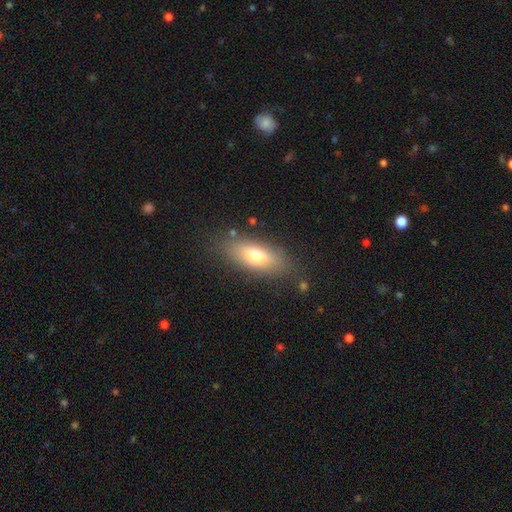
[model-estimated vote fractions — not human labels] A smooth galaxy with no disk features (70%) that is in between round and cigar-shaped (73%). Merging: none (82%).